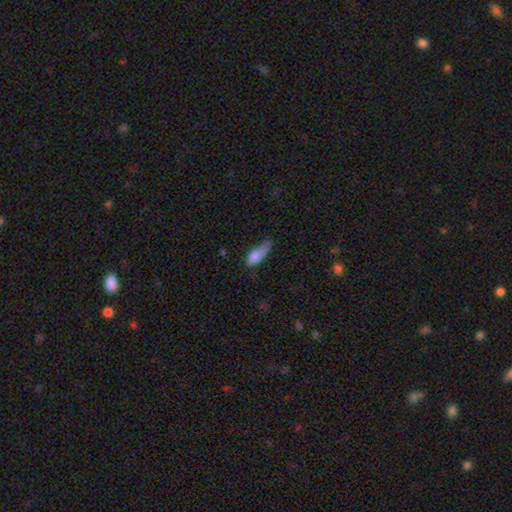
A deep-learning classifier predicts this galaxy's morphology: A smooth galaxy with no disk features (80%) that is in between round and cigar-shaped (71%).

Vote fractions:
- Smooth or featured? smooth: 80% / featured or disk: 12% / star or artifact: 8%
- How rounded? in between: 71% / cigar-shaped: 26% / round: 3%
- Merging? minor disturbance: 41% / none: 27% / major disturbance: 26% / merger: 6%